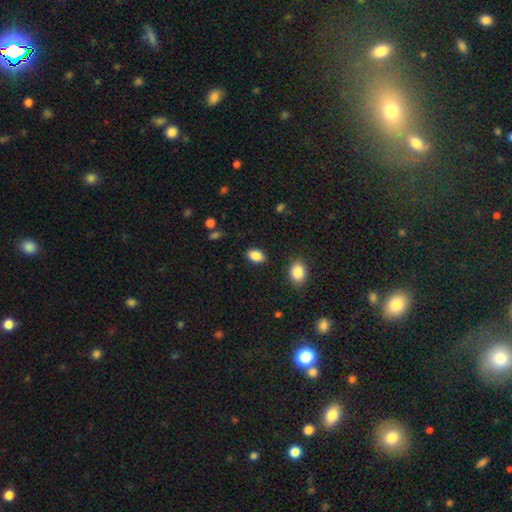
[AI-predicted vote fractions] smooth_or_featured: smooth (p=0.87) [alt: star or artifact p=0.08]
how_rounded: in between (p=0.88) [alt: round p=0.11]
merging: none (p=0.88) [alt: minor disturbance p=0.08]